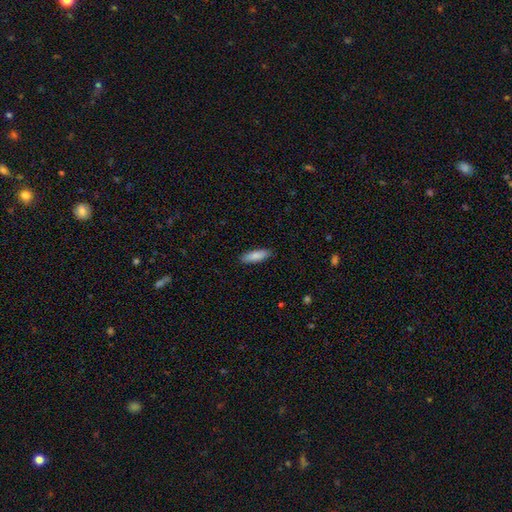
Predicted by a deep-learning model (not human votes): This appears to be a smooth galaxy with no disk features (87%) that is in between round and cigar-shaped (49%, tied with cigar-shaped). Merging: none (88%).